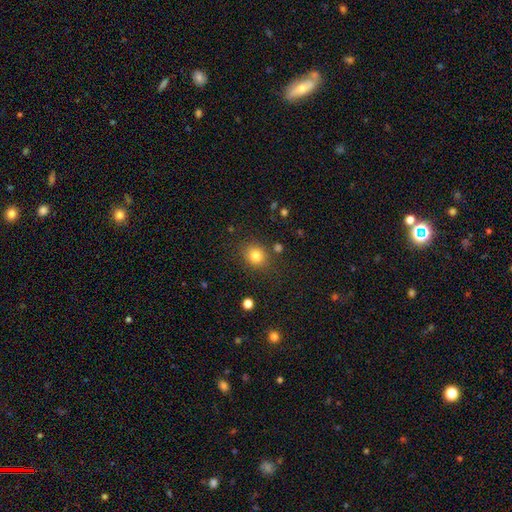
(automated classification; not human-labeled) A smooth galaxy with no disk features (82%) that is round (77%). Merging: none (82%).